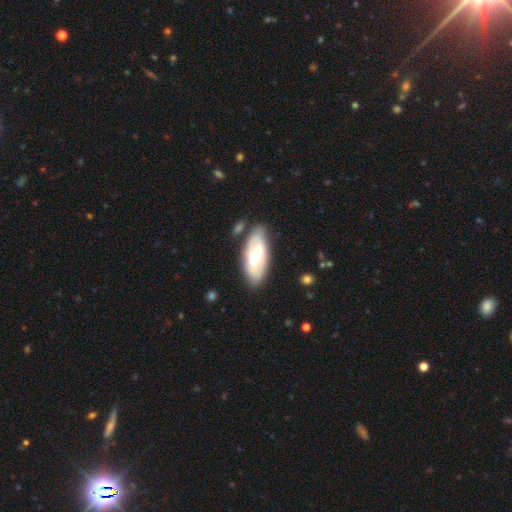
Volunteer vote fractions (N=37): Overall: featured or disk (62%; smooth 38%). Edge-on disk: no (91%). Bar: weak (52%; strong 33%). Spiral arms: yes (57%; no 43%). Spiral arm count: 2 (58%; 1 25%). Spiral winding: loose (42%; tight 33%). Bulge size: moderate (86%). Merging: none (76%).